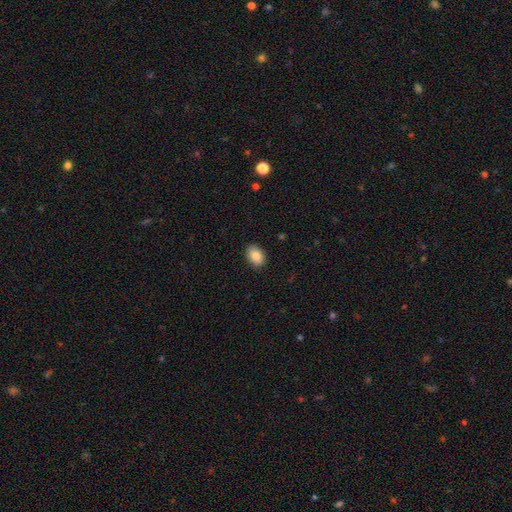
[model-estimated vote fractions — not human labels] smooth 87%, star or artifact 8%, featured or disk 5%. Down the decision tree: how rounded — in between (80%); merging — none (87%).